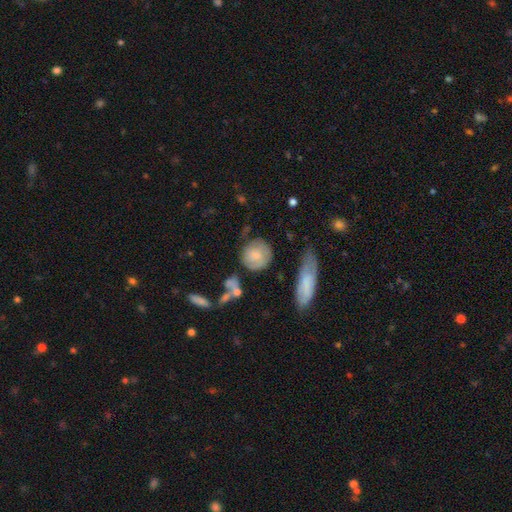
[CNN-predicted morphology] type=smooth (66%); roundness=round (82%); merging=none (61%).